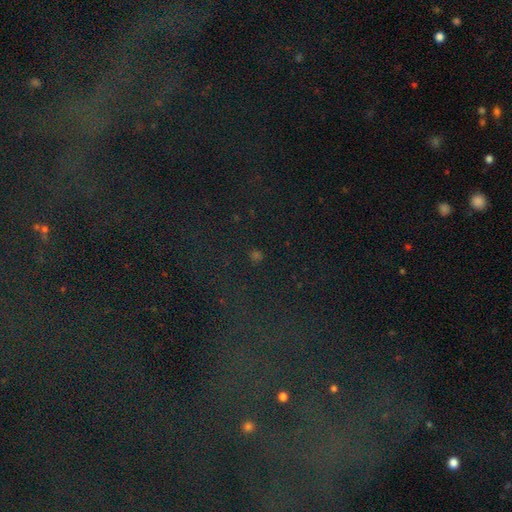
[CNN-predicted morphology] Smooth or featured? star or artifact (67%)